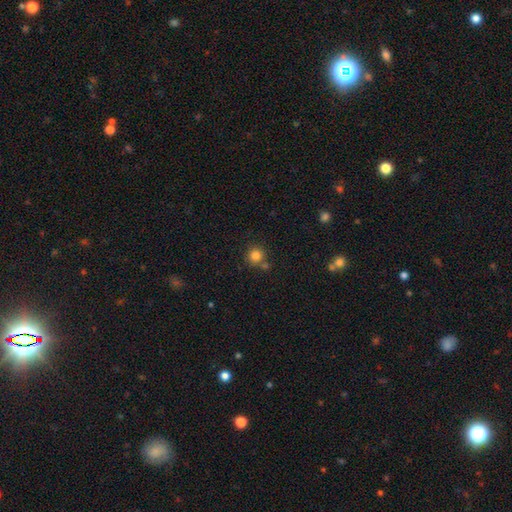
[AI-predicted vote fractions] The model was most divided on "merging": none: 72%, merger: 15%, minor disturbance: 10%, major disturbance: 3%. More confident: how rounded — round (93%); smooth or featured — smooth (82%).